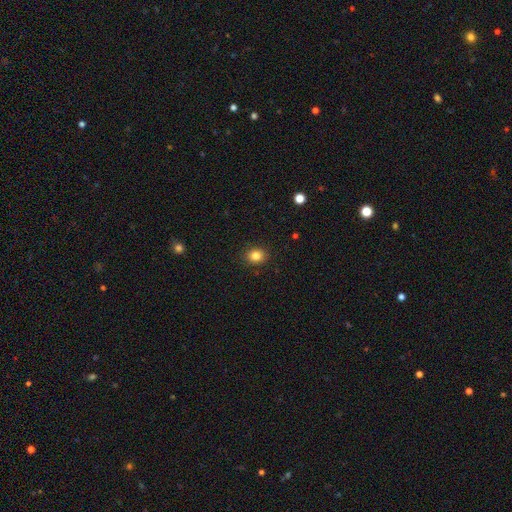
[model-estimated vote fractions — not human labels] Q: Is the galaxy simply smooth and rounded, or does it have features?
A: smooth — 84%.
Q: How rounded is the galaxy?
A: round — 64%.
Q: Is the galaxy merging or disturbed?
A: none — 89%.